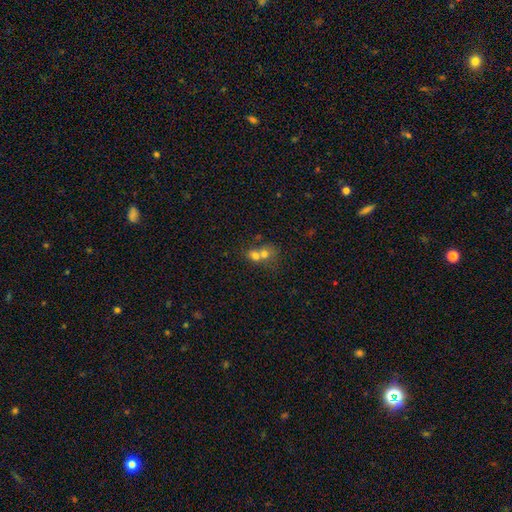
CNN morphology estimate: Smooth or featured?
  - smooth: 66% *
  - featured or disk: 20%
  - star or artifact: 13%
How rounded?
  - round: 64% *
  - in between: 34%
  - cigar-shaped: 1%
Merging?
  - merger: 70% *
  - none: 21%
  - minor disturbance: 5%
  - major disturbance: 3%